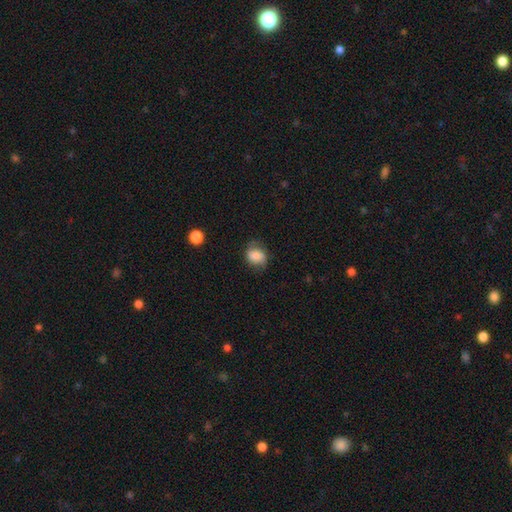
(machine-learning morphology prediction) Smooth or featured: smooth — 71% (featured or disk — 20%)
How rounded: round — 51% (in between — 47%)
Merging: none — 61% (minor disturbance — 27%)